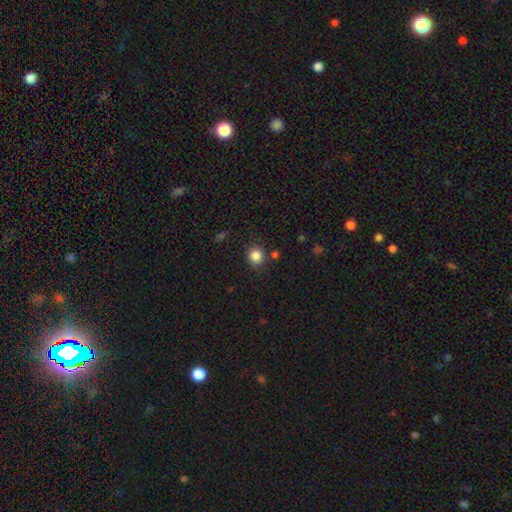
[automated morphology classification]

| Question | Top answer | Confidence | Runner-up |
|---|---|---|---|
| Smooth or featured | smooth | 85% | star or artifact (11%) |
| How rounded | round | 88% | in between (11%) |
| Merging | none | 84% | minor disturbance (9%) |